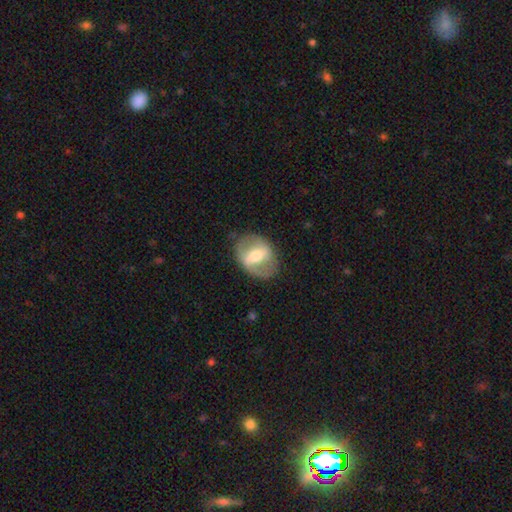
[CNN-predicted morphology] smooth_or_featured: featured or disk (p=0.64) [alt: smooth p=0.30]
disk_edge_on: no (p=0.90) [alt: yes p=0.10]
bar: strong (p=0.59) [alt: weak p=0.29]
has_spiral_arms: no (p=0.65) [alt: yes p=0.35]
bulge_size: moderate (p=0.63) [alt: small p=0.24]
merging: none (p=0.77) [alt: minor disturbance p=0.14]